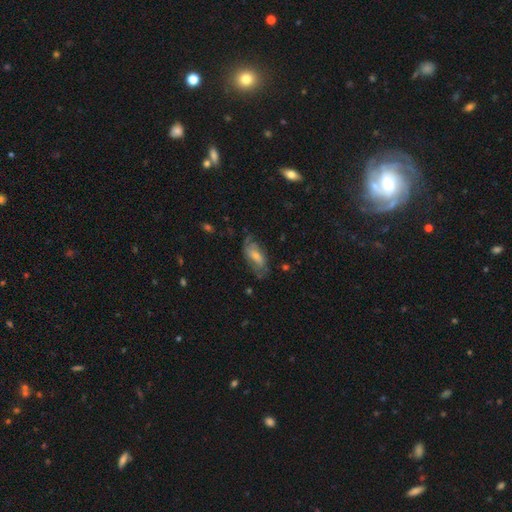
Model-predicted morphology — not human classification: smooth_or_featured: featured or disk (p=0.56) [alt: smooth p=0.37]
disk_edge_on: no (p=0.90) [alt: yes p=0.10]
merging: none (p=0.57) [alt: minor disturbance p=0.25]